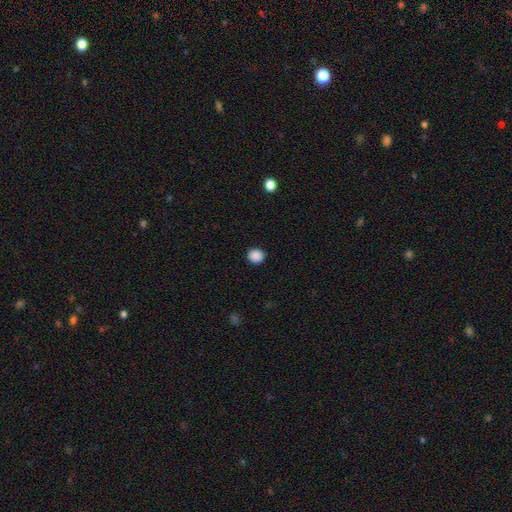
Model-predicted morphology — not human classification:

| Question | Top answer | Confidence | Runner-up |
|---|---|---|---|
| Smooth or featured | smooth | 89% | star or artifact (9%) |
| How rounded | round | 83% | in between (16%) |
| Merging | none | 91% | minor disturbance (6%) |